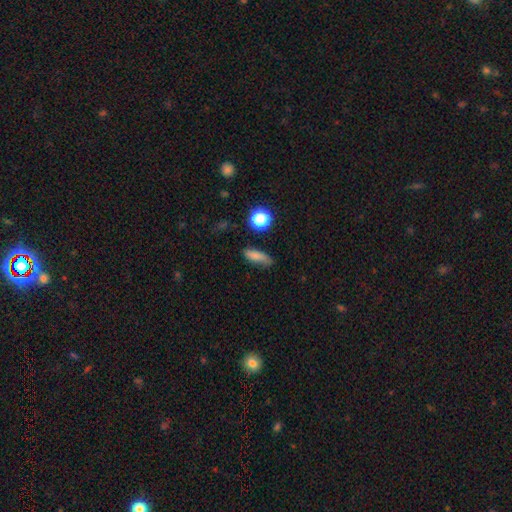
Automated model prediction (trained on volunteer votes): Smooth or featured? smooth (80%)
How rounded? cigar-shaped (46%, tied with in between)
Merging? none (71%)